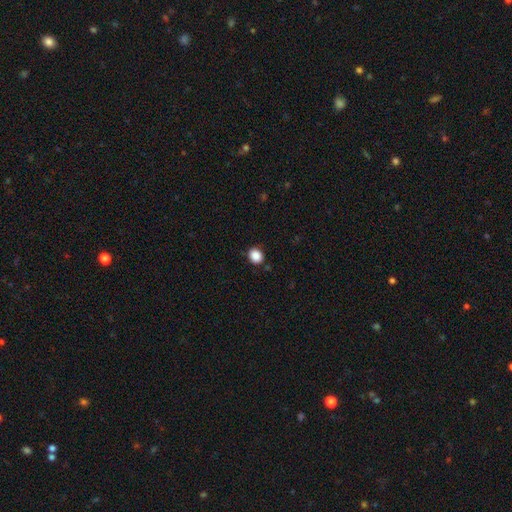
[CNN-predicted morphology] smooth-or-featured: smooth: 88% | star or artifact: 10% | featured or disk: 3%
  how-rounded: round: 68% | in between: 32% | cigar-shaped: 1%
  merging: none: 88% | minor disturbance: 8% | major disturbance: 2% | merger: 2%